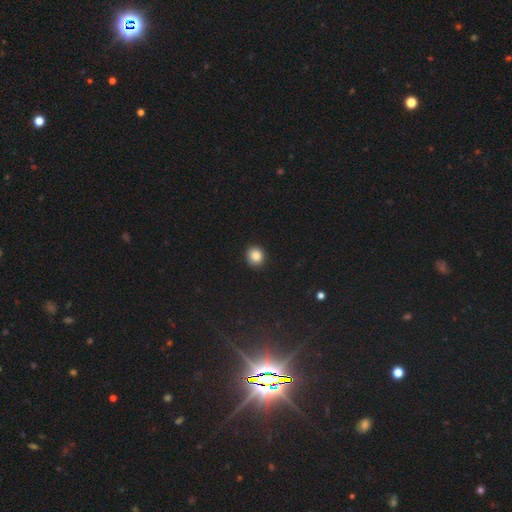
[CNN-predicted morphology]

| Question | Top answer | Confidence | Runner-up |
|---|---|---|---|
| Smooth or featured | smooth | 85% | star or artifact (10%) |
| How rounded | round | 85% | in between (14%) |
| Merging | none | 91% | minor disturbance (7%) |